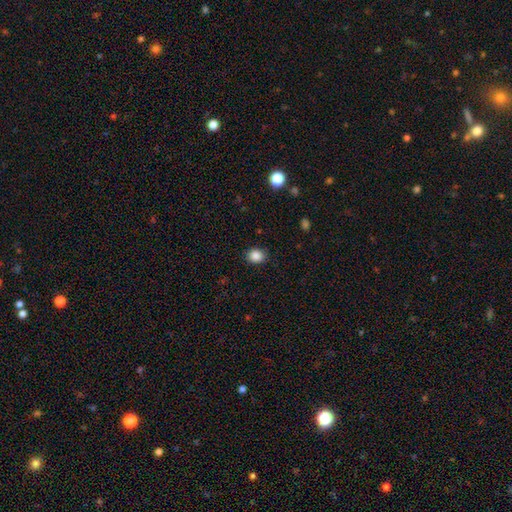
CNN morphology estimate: smooth_or_featured: smooth (p=0.86) [alt: star or artifact p=0.10]
how_rounded: round (p=0.61) [alt: in between p=0.38]
merging: none (p=0.88) [alt: minor disturbance p=0.08]